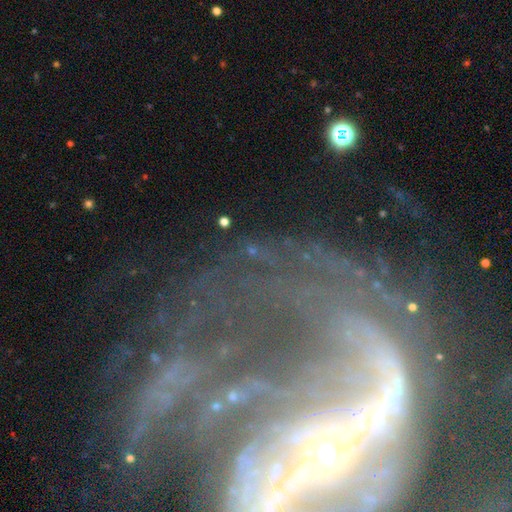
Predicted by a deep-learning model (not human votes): smooth-or-featured: featured or disk: 86% | star or artifact: 9% | smooth: 5%
  disk-edge-on: no: 95% | yes: 5%
    bar: strong: 56% | weak: 23% | no: 21%
    has-spiral-arms: yes: 89% | no: 11%
      spiral-winding: loose: 44% | medium: 35% | tight: 21%
      spiral-arm-count: 2: 53% | can't tell: 15% | 3: 10% | 1: 8% | 4: 7% | more than 4: 7%
    bulge-size: small: 74% | moderate: 18% | none: 4% | large: 3% | dominant: 2%
  merging: none: 43% | major disturbance: 36% | minor disturbance: 15% | merger: 7%